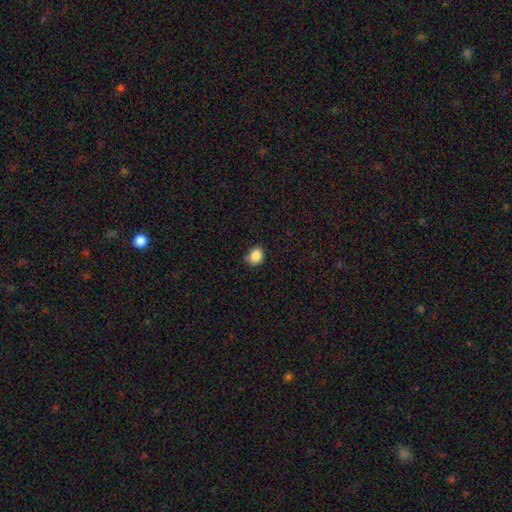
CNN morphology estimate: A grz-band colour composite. It shows a smooth galaxy with no disk features (87%) that is round (58%). Merging: none (69%).